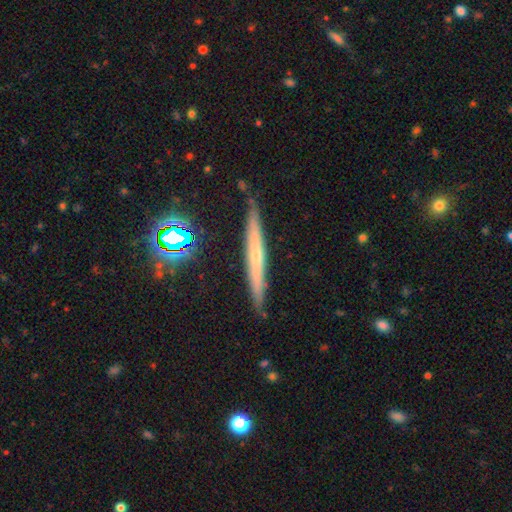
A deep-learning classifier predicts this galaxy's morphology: type=featured or disk (54%); edge-on=yes (94%); edge-on bulge=none (55%); merging=none (86%).